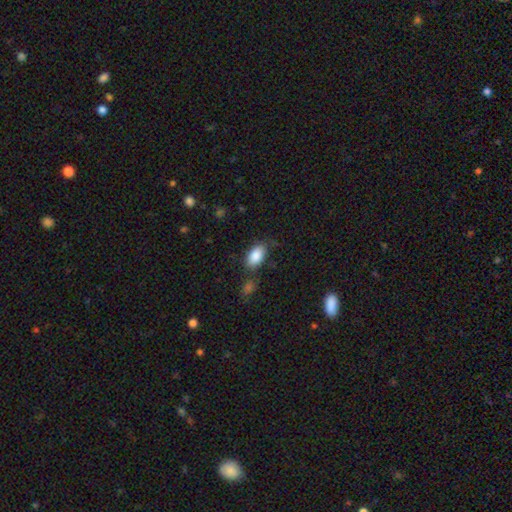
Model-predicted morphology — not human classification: Smooth or featured: smooth — 88% (star or artifact — 7%)
How rounded: in between — 93% (round — 6%)
Merging: none — 70% (minor disturbance — 18%)